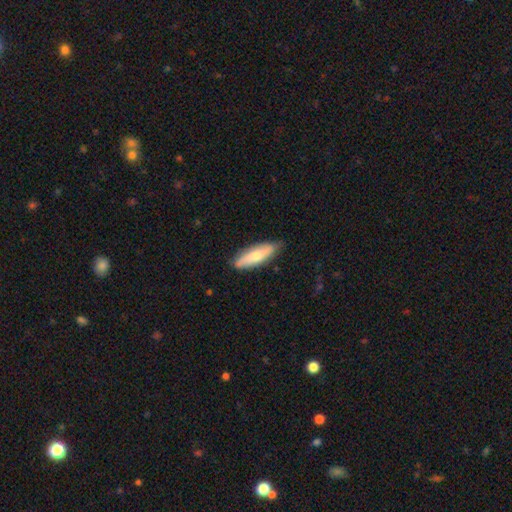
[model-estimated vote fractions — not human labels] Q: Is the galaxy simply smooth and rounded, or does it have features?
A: smooth — 65%.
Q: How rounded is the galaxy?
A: cigar-shaped — 53%.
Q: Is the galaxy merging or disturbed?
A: none — 80%.